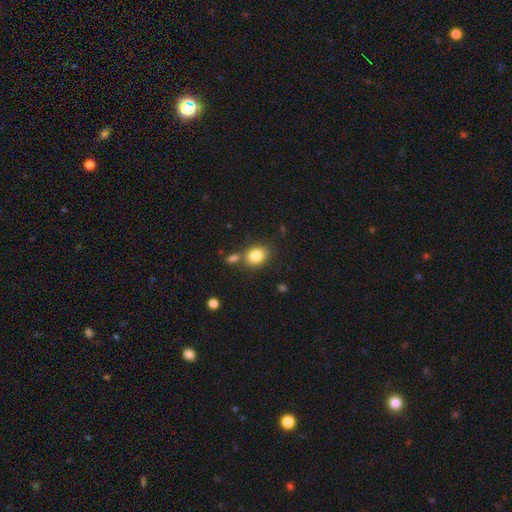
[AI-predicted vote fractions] smooth-or-featured: smooth: 84% | star or artifact: 9% | featured or disk: 7%
  how-rounded: in between: 59% | round: 40% | cigar-shaped: 1%
  merging: none: 68% | merger: 15% | minor disturbance: 12% | major disturbance: 4%